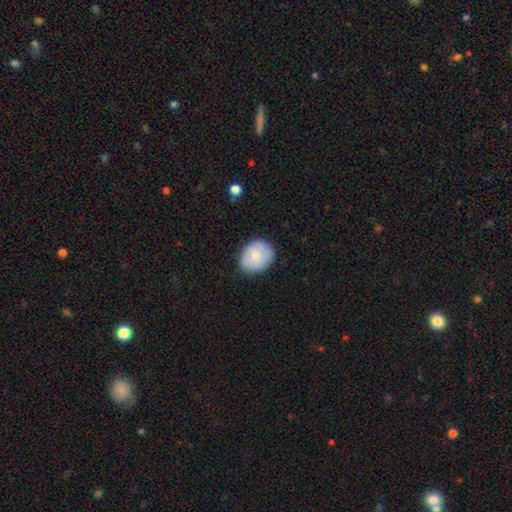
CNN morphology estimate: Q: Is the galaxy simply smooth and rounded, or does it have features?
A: smooth — 72%.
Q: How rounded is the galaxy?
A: round — 56%.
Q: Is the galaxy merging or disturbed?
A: none — 78%.